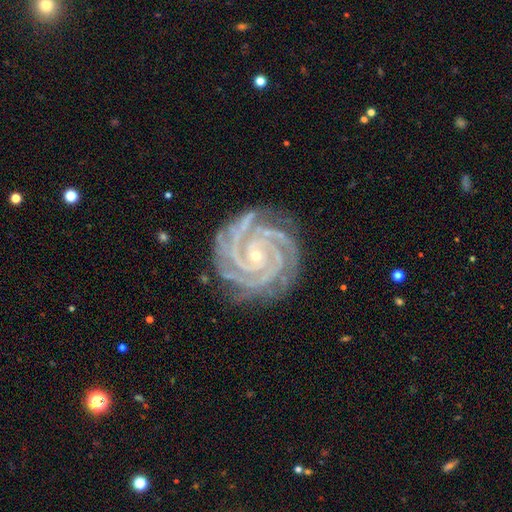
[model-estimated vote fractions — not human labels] This appears to be a featured or disk galaxy (93%) with no bar (68%), 3 (32%) tight (86%) spiral arms (99%) and a small central bulge (84%). Merging: none (80%).